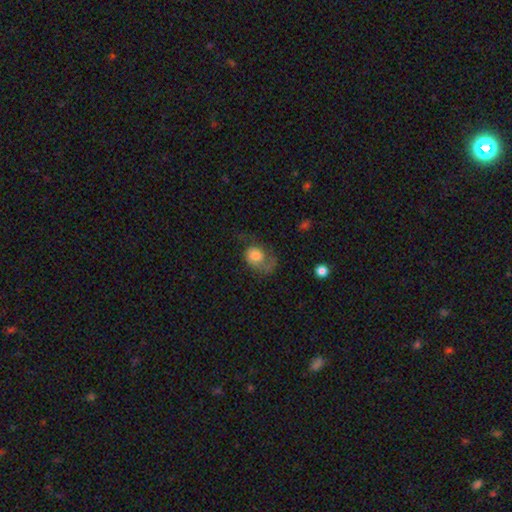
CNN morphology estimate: smooth-or-featured: smooth: 57% | featured or disk: 35% | star or artifact: 8%
  how-rounded: round: 51% | in between: 48% | cigar-shaped: 1%
  merging: major disturbance: 42% | none: 33% | minor disturbance: 23% | merger: 3%